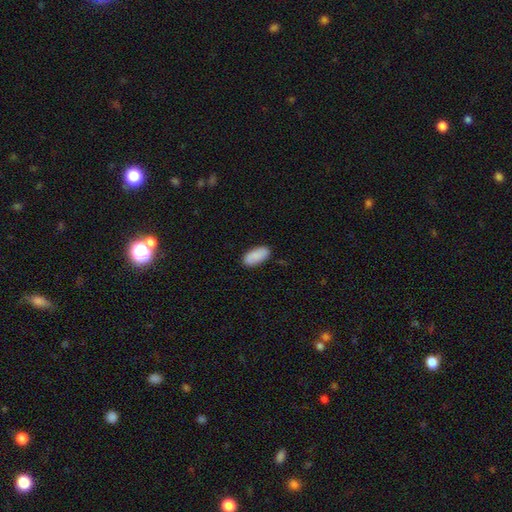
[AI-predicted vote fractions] Overall: smooth (88%). How rounded: in between (91%). Merging: none (86%).